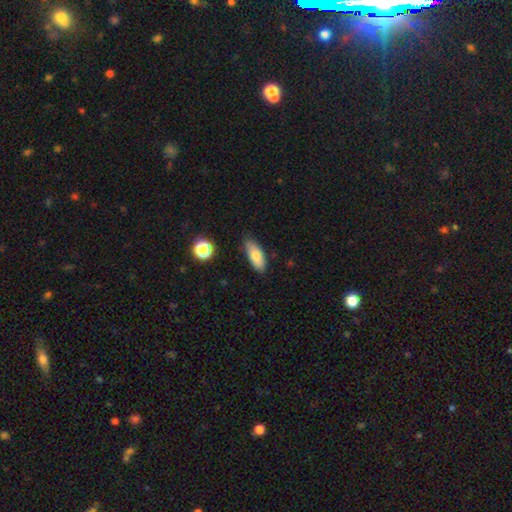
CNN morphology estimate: Smooth or featured: smooth — 78% (featured or disk — 14%)
How rounded: in between — 78% (cigar-shaped — 19%)
Merging: none — 80% (minor disturbance — 15%)